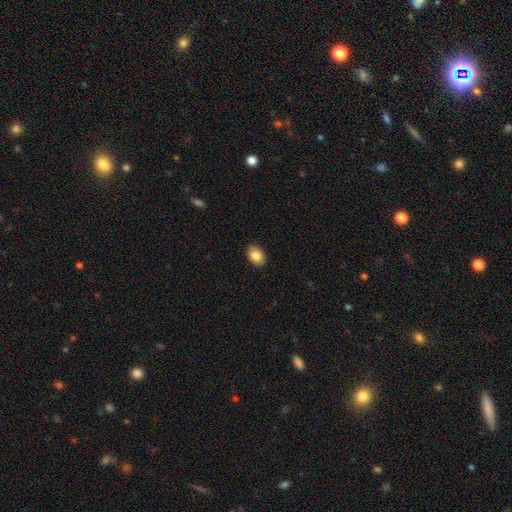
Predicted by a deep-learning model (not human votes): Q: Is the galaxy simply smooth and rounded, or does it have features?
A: smooth — 84%.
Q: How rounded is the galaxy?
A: in between — 84%.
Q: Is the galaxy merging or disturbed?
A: none — 89%.